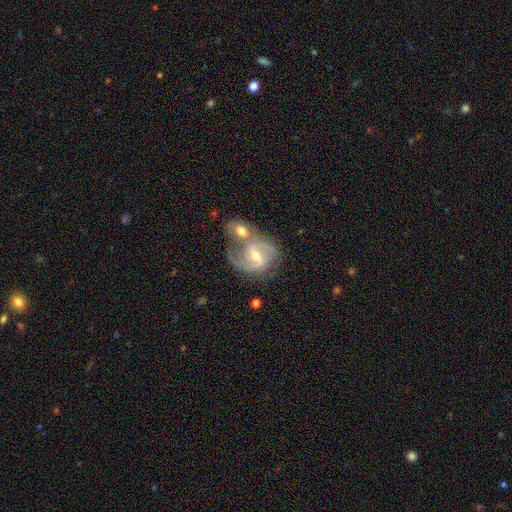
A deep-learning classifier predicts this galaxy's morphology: Overall: featured or disk (87%). Edge-on disk: no (98%). Bar: weak (52%; strong 27%). Spiral arms: yes (96%). Spiral arm count: 2 (85%). Spiral winding: medium (58%; tight 22%). Bulge size: moderate (55%; small 42%). Merging: merger (47%; none 36%).